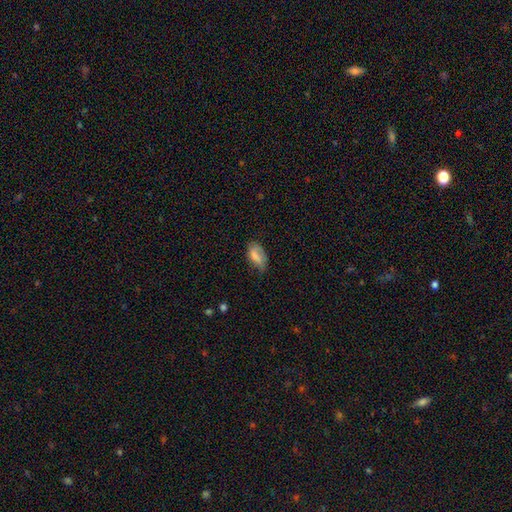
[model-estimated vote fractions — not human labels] smooth-or-featured: smooth: 69% | featured or disk: 23% | star or artifact: 8%
  how-rounded: in between: 90% | round: 5% | cigar-shaped: 4%
  merging: none: 46% | minor disturbance: 36% | major disturbance: 15% | merger: 2%